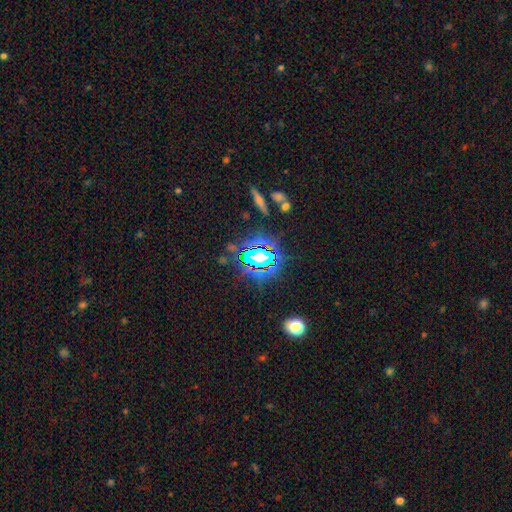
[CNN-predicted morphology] A star or artifact, not a galaxy (63%).

Vote fractions:
- Smooth or featured? star or artifact: 63% / smooth: 22% / featured or disk: 15%